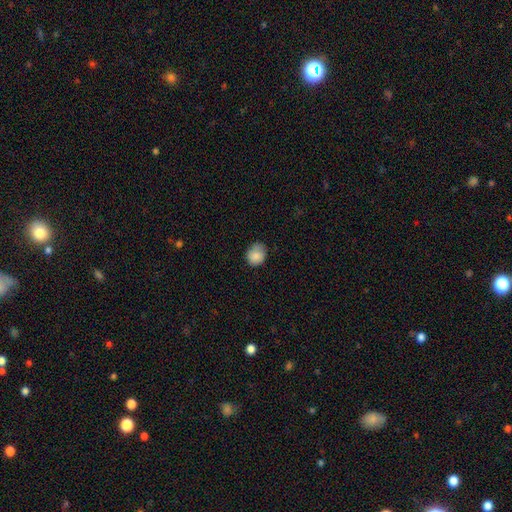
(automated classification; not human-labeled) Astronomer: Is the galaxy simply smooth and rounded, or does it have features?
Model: smooth — 86%.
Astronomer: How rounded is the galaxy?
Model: round — 65%.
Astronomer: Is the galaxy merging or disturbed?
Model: none — 63%.